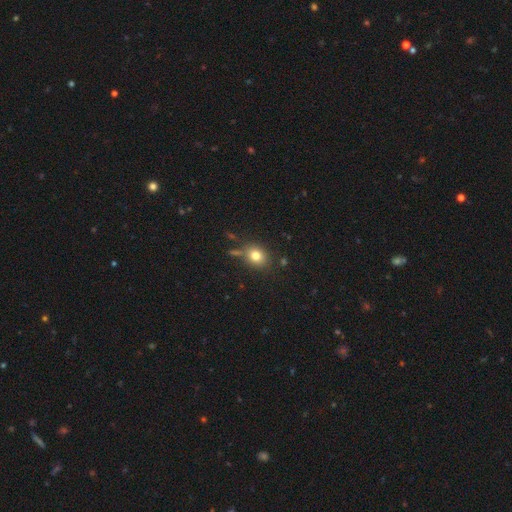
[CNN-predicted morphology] Smooth or featured: smooth — 77% (star or artifact — 12%)
How rounded: round — 59% (in between — 40%)
Merging: none — 73% (minor disturbance — 14%)